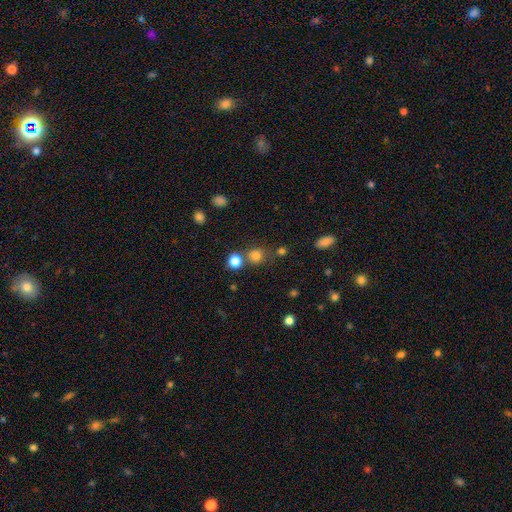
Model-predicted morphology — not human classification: smooth 78%, star or artifact 16%, featured or disk 6%. Down the decision tree: how rounded — round (86%); merging — none (66%).